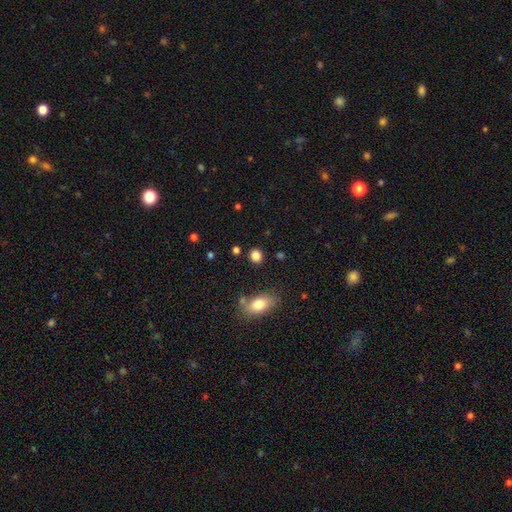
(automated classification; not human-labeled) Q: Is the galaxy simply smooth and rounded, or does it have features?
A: smooth — 85%.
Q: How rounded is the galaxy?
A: round — 76%.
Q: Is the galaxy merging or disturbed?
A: none — 86%.